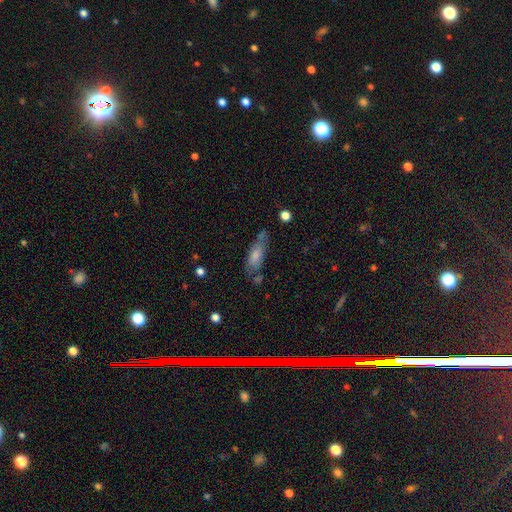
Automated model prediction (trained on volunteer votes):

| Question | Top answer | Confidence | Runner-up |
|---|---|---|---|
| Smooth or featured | smooth | 67% | featured or disk (26%) |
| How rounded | in between | 63% | cigar-shaped (34%) |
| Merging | none | 51% | minor disturbance (28%) |